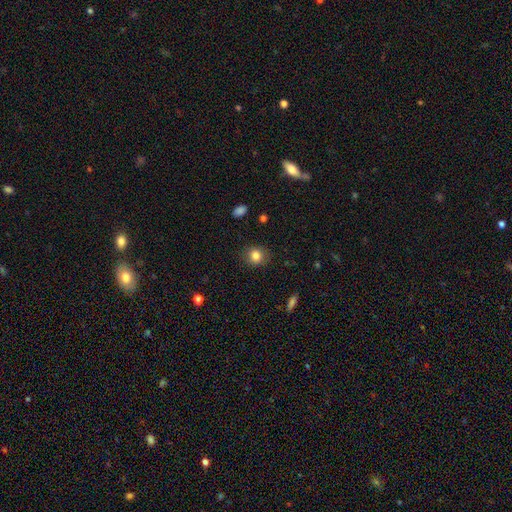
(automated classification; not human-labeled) smooth 83%, star or artifact 10%, featured or disk 7%. Down the decision tree: how rounded — round (76%); merging — none (86%).